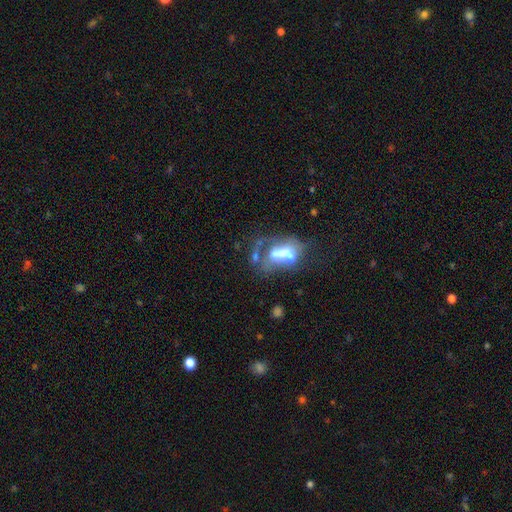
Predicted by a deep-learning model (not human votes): Overall: featured or disk (52%; smooth 32%). Edge-on disk: no (92%). Merging: merger (36%; major disturbance 32%).